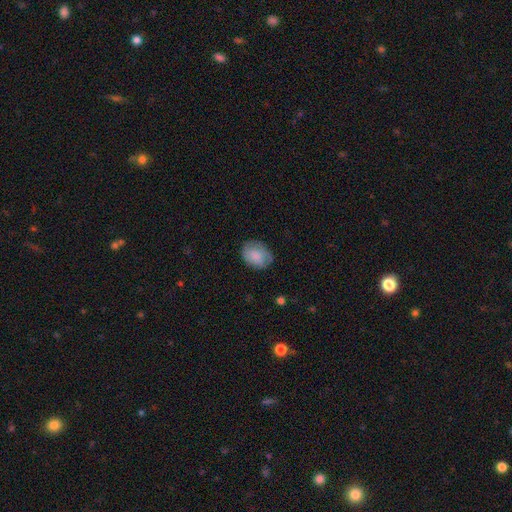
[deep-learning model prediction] Smooth or featured?
  - smooth: 75% *
  - featured or disk: 18%
  - star or artifact: 7%
How rounded?
  - in between: 66% *
  - round: 33%
  - cigar-shaped: 1%
Merging?
  - none: 73% *
  - minor disturbance: 20%
  - major disturbance: 6%
  - merger: 1%